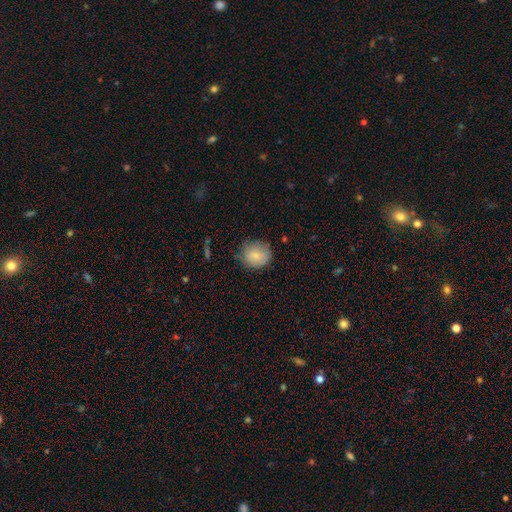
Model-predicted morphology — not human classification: The model was most divided on "how rounded": round: 78%, in between: 21%, cigar-shaped: 1%. More confident: smooth or featured — smooth (85%); merging — none (79%).